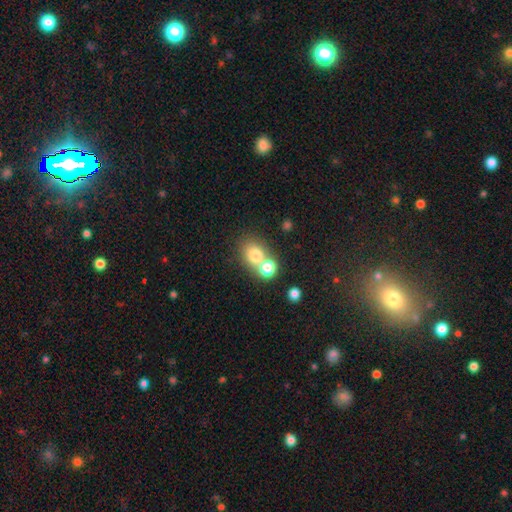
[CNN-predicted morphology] smooth 75%, star or artifact 13%, featured or disk 12%. Down the decision tree: how rounded — round (63%); merging — merger (46%).